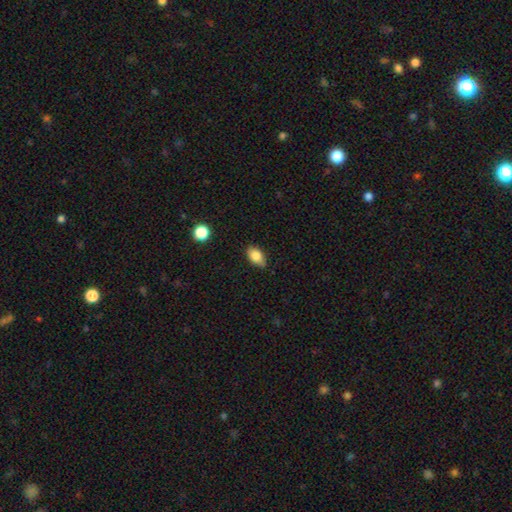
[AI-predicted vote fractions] smooth_or_featured: smooth (p=0.83) [alt: star or artifact p=0.09]
how_rounded: in between (p=0.87) [alt: round p=0.11]
merging: none (p=0.70) [alt: minor disturbance p=0.25]